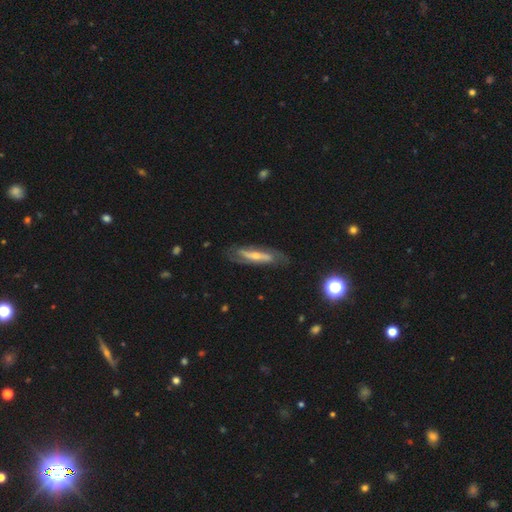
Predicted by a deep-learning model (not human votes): Smooth or featured? Predicted: featured or disk (p=0.74). Edge-on disk? Predicted: no (p=0.63). Merging? Predicted: none (p=0.74).